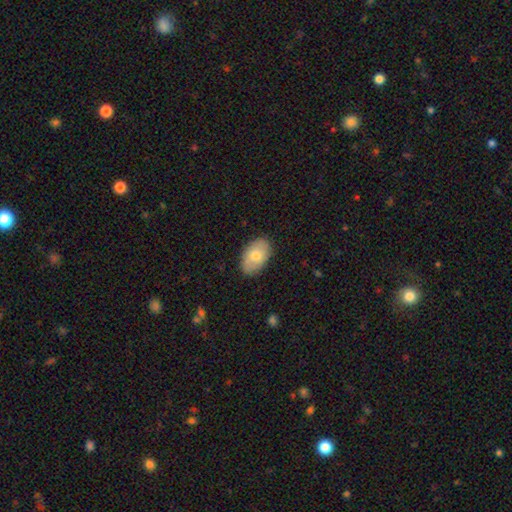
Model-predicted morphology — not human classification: type=smooth (71%); roundness=in between (92%); merging=none (86%).